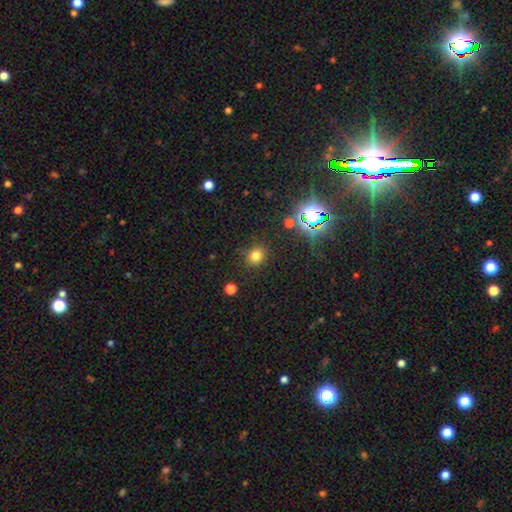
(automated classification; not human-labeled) Smooth or featured: smooth — 74% (star or artifact — 20%)
How rounded: round — 74% (in between — 25%)
Merging: none — 84% (minor disturbance — 10%)